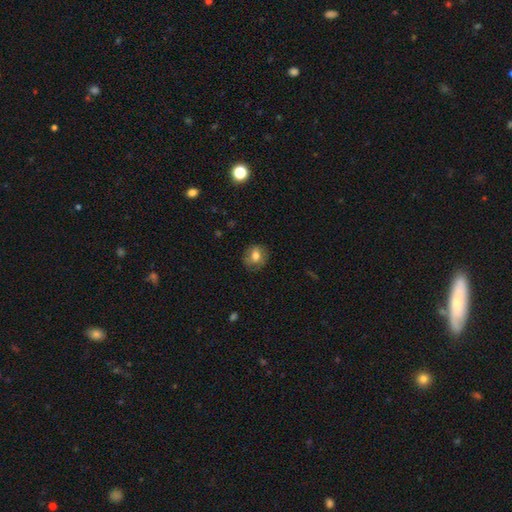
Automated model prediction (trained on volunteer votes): A smooth galaxy with no disk features (72%) that is round (68%). Merging: none (76%).